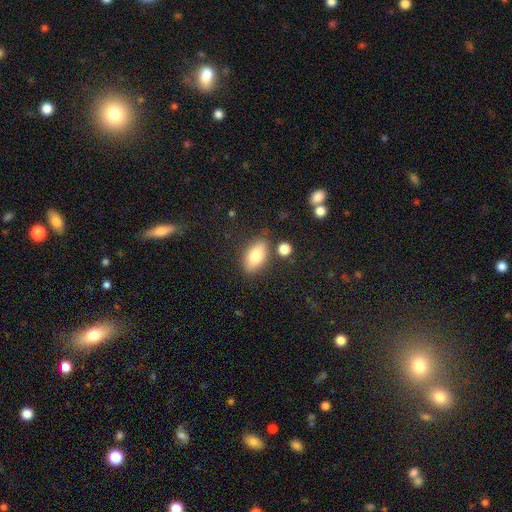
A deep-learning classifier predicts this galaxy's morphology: Smooth or featured? Predicted: smooth (p=0.77). How rounded? Predicted: in between (p=0.87). Merging? Predicted: none (p=0.78).